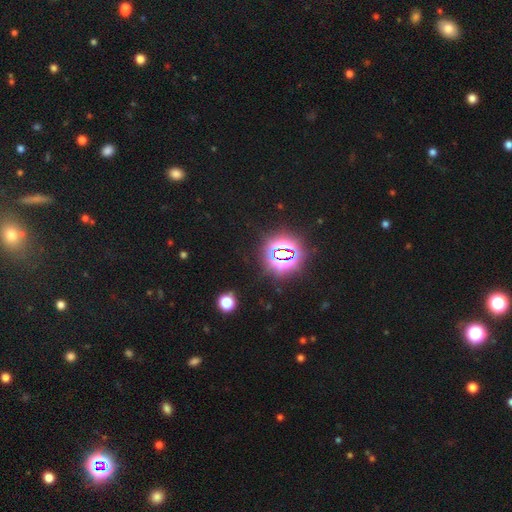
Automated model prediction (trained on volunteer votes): smooth-or-featured: star or artifact: 83% | smooth: 11% | featured or disk: 6%